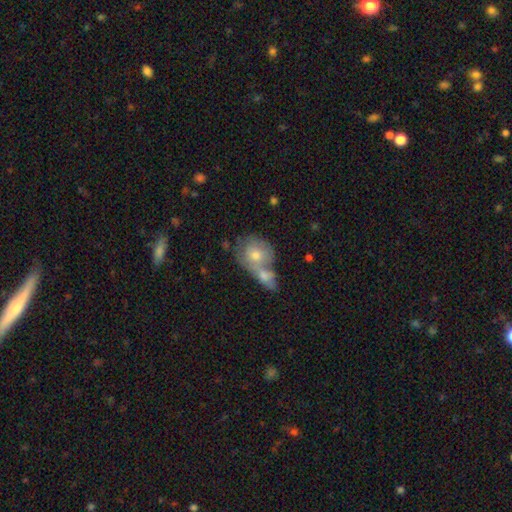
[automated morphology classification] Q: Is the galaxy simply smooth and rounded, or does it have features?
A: smooth — 56%.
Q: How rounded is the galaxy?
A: round — 63%.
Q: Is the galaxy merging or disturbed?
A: merger — 57%.